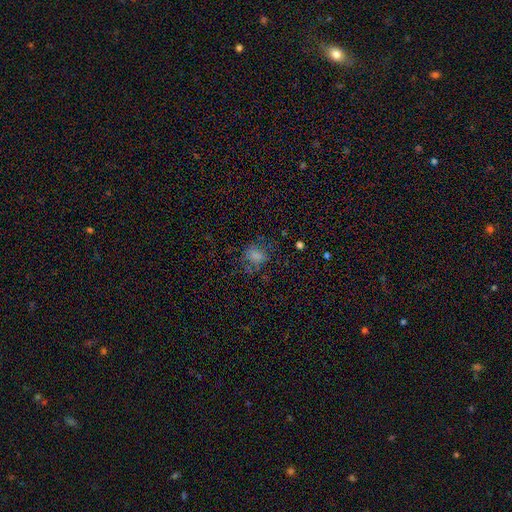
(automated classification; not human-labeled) Morphology: type=smooth (69%); roundness=round (49%, tied with in between); merging=none (58%).